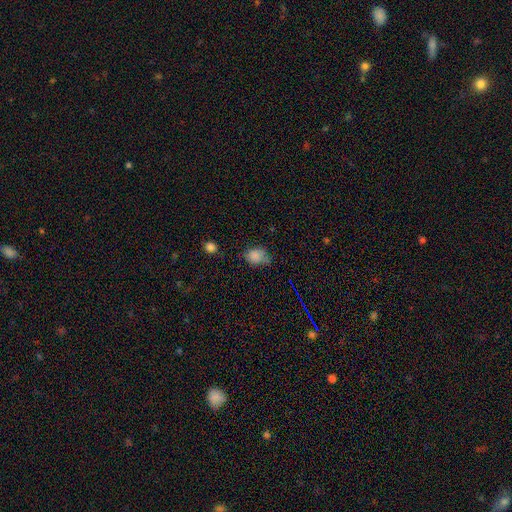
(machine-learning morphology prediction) Smooth or featured? Predicted: smooth (p=0.79). How rounded? Predicted: in between (p=0.64). Merging? Predicted: none (p=0.50).